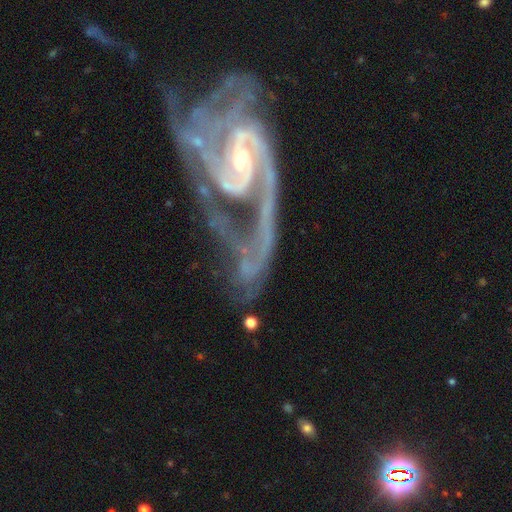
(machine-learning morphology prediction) featured or disk 91%, star or artifact 5%, smooth 4%. Down the decision tree: edge-on disk — no (97%); bar — weak (44%); spiral arms — yes (97%); spiral arm count — 2 (63%); spiral winding — medium (47%); bulge size — small (65%); merging — major disturbance (39%).